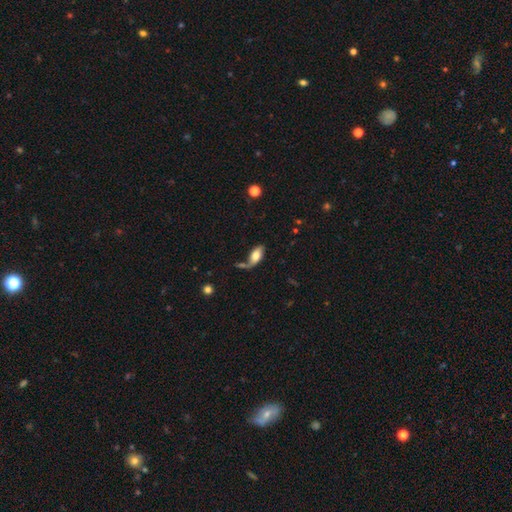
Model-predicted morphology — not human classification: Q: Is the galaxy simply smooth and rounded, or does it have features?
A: smooth — 64%.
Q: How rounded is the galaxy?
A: in between — 88%.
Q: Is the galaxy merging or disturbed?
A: none — 43%.